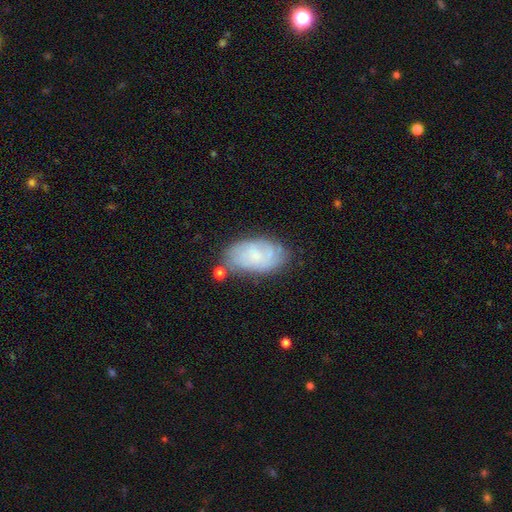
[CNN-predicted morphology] Smooth or featured? featured or disk (54%)
Edge-on disk? no (95%)
Bar? no (70%)
Spiral arms? yes (80%)
Bulge size? small (61%)
Merging? none (65%)